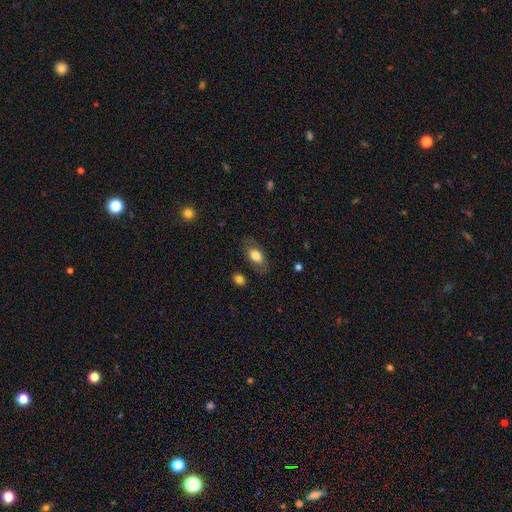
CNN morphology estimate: A smooth galaxy with no disk features (71%) that is in between round and cigar-shaped (90%). Merging: none (78%).